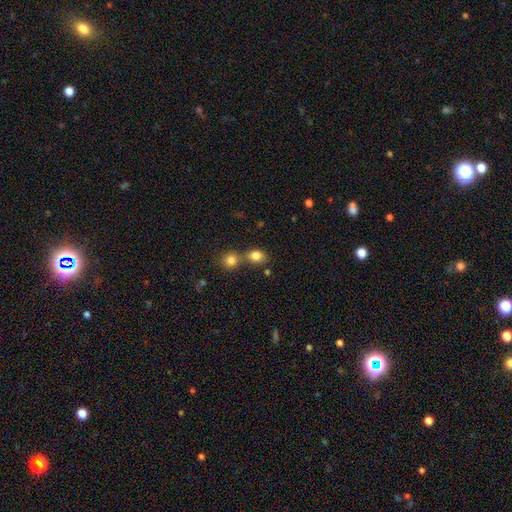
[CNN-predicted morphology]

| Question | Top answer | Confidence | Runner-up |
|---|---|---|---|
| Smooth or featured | smooth | 82% | star or artifact (11%) |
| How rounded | in between | 54% | round (44%) |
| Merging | none | 47% | merger (40%) |